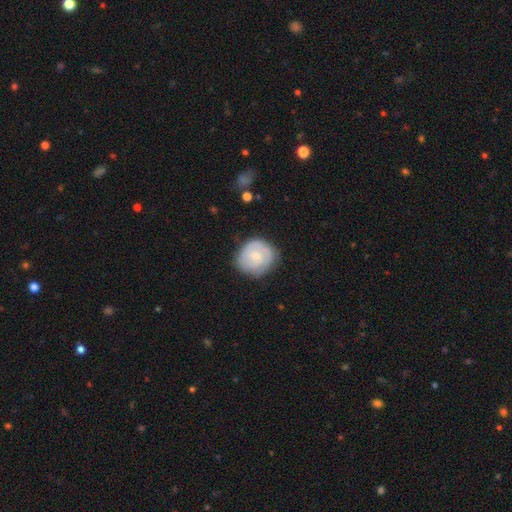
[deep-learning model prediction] A featured or disk galaxy (51%). Merging: none (69%).